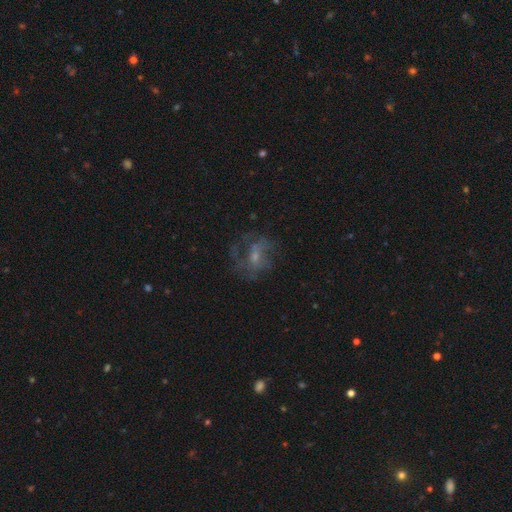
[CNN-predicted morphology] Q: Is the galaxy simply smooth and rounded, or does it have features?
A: featured or disk — 60%.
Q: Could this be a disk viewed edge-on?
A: no — 97%.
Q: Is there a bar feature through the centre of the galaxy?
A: no — 61%.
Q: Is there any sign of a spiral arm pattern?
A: yes — 60%.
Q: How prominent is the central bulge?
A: small — 53%.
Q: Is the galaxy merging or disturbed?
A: none — 51%.